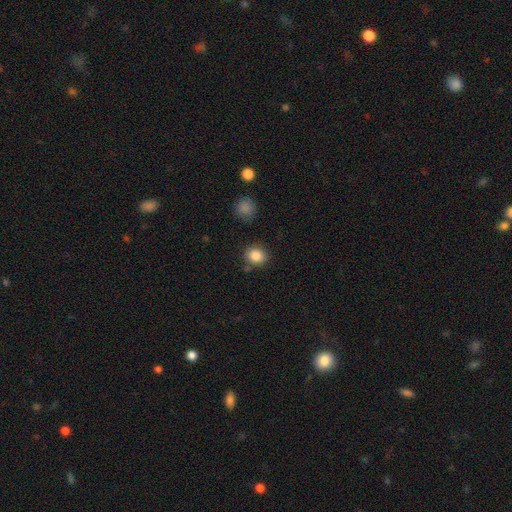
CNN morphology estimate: This is clearly a smooth galaxy (86%). How rounded: likely round (73%). Merging: likely none (80%).